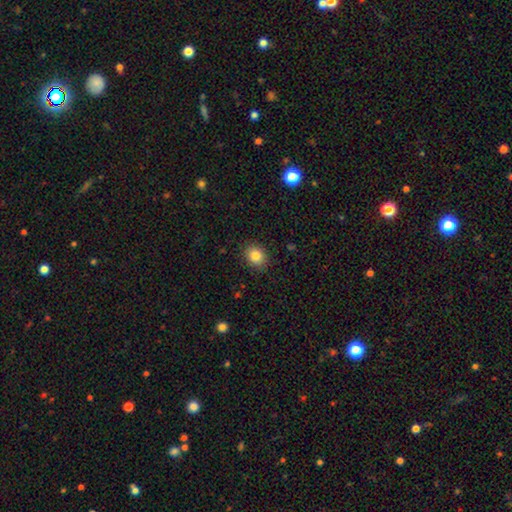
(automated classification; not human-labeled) Smooth or featured: smooth — 84% (star or artifact — 10%)
How rounded: round — 56% (in between — 43%)
Merging: none — 89% (minor disturbance — 8%)